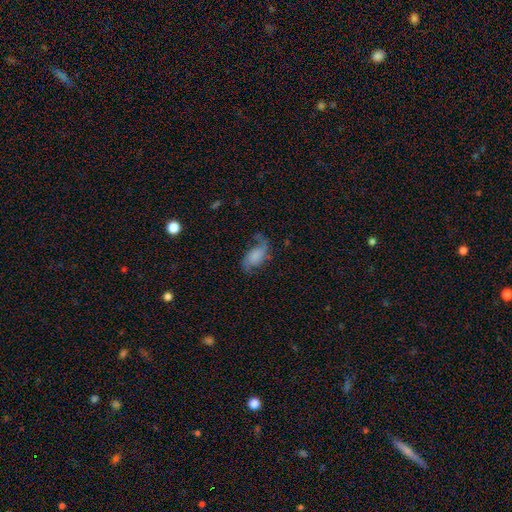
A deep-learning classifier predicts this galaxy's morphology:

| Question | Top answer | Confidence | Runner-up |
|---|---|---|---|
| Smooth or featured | featured or disk | 65% | smooth (26%) |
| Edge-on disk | no | 97% | yes (3%) |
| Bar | no | 60% | weak (31%) |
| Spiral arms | yes | 92% | no (8%) |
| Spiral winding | loose | 63% | medium (29%) |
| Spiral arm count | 2 | 87% | 1 (6%) |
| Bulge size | none | 47% | small (17%) |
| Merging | none | 58% | minor disturbance (22%) |